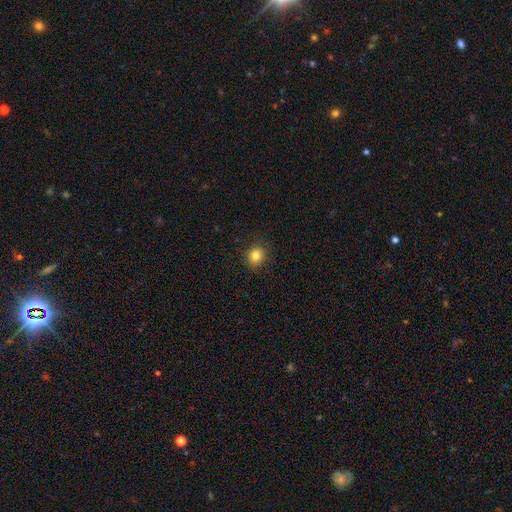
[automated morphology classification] The model was most divided on "how rounded": round: 82%, in between: 17%, cigar-shaped: 1%. More confident: merging — none (89%); smooth or featured — smooth (81%).